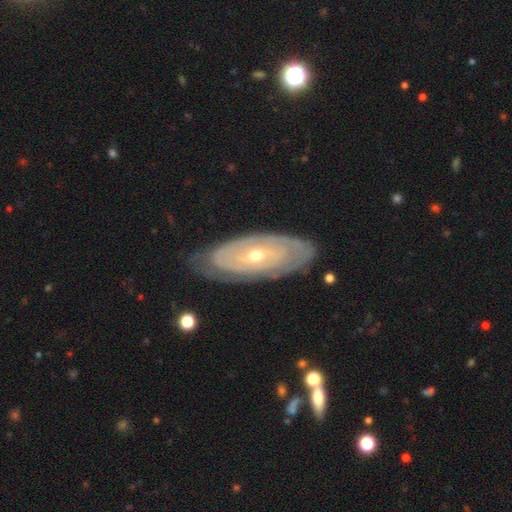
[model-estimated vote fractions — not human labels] A featured or disk galaxy (80%) with no bar (72%), tight (81%) spiral arms (78%) and a small central bulge (51%). Merging: none (80%).